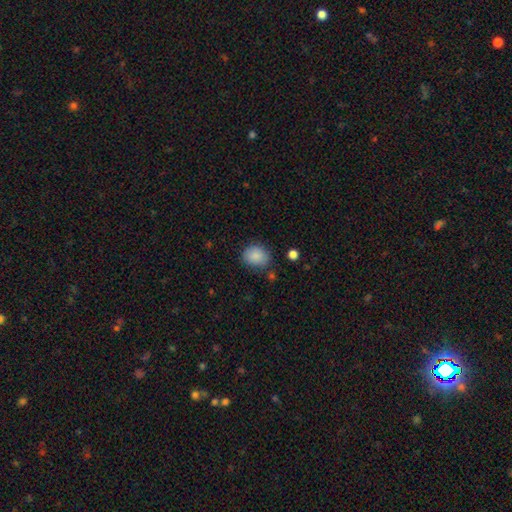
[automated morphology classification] A smooth galaxy with no disk features (87%) that is round (59%). Merging: none (79%).